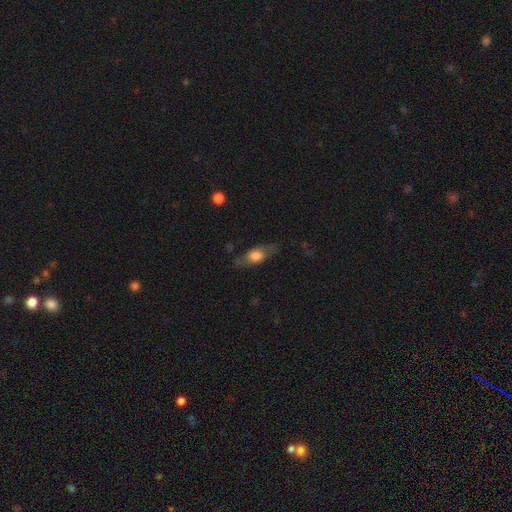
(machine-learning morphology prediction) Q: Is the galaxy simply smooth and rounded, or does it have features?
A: smooth — 56%.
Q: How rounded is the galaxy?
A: in between — 64%.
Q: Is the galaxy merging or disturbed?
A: none — 72%.